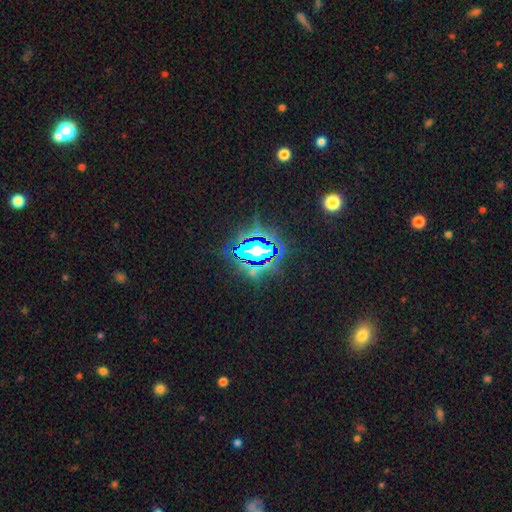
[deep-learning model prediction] A star or artifact, not a galaxy (75%).